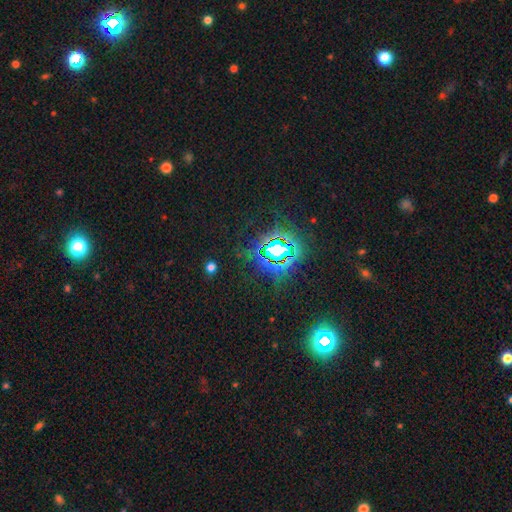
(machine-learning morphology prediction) star or artifact 81%, smooth 12%, featured or disk 7%.